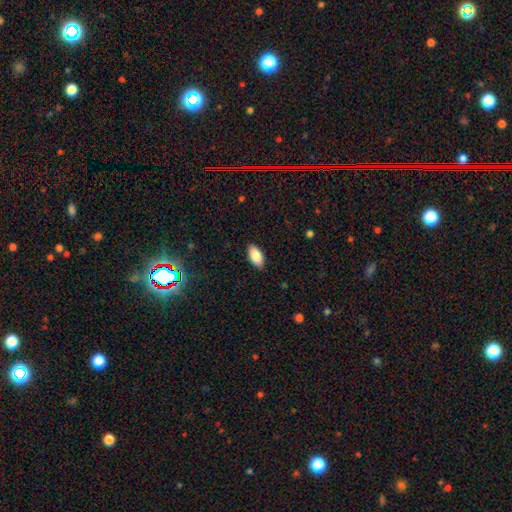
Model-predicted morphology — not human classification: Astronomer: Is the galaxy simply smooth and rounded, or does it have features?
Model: smooth — 86%.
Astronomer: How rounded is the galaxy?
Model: in between — 93%.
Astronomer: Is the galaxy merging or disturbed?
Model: none — 88%.